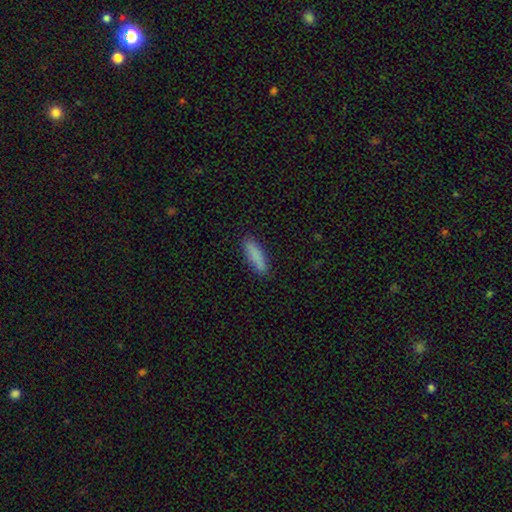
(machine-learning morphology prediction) A smooth galaxy with no disk features (86%) that is cigar-shaped (67%).

Vote fractions:
- Smooth or featured? smooth: 86% / star or artifact: 7% / featured or disk: 7%
- How rounded? cigar-shaped: 67% / in between: 31% / round: 2%
- Merging? none: 87% / minor disturbance: 10% / major disturbance: 2% / merger: 1%